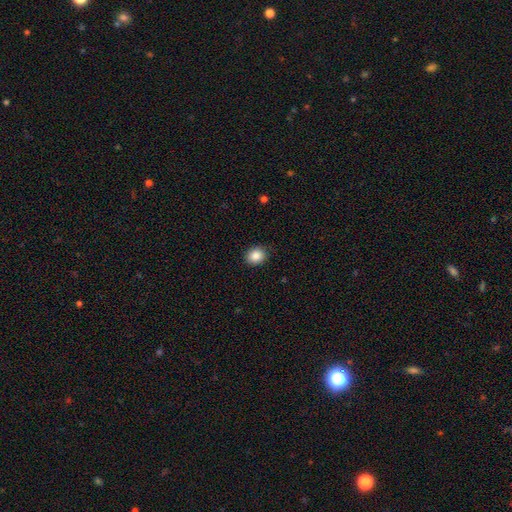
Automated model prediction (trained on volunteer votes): smooth-or-featured: smooth: 86% | star or artifact: 9% | featured or disk: 5%
  how-rounded: round: 68% | in between: 31% | cigar-shaped: 1%
  merging: none: 89% | minor disturbance: 8% | major disturbance: 2% | merger: 1%